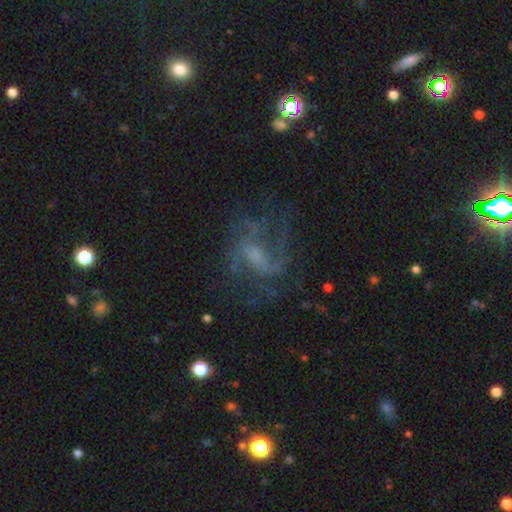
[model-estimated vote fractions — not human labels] This appears to be a featured or disk galaxy (73%) with a weak bar (46%), medium (44%) spiral arms (80%) and a small central bulge (34%). Merging: none (55%).